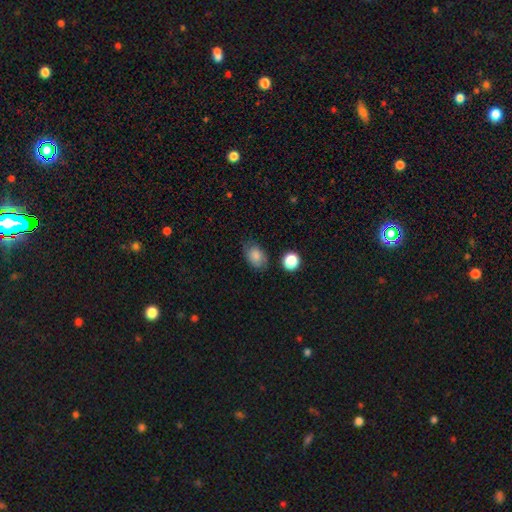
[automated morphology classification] Smooth or featured? smooth (80%)
How rounded? in between (82%)
Merging? none (73%)